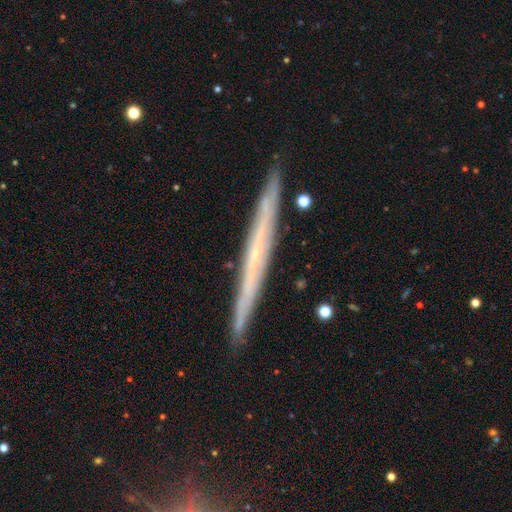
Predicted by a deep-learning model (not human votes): smooth_or_featured: featured or disk (p=0.67) [alt: smooth p=0.24]
disk_edge_on: yes (p=0.95) [alt: no p=0.05]
edge_on_bulge: none (p=0.79) [alt: rounded p=0.18]
merging: none (p=0.88) [alt: minor disturbance p=0.09]